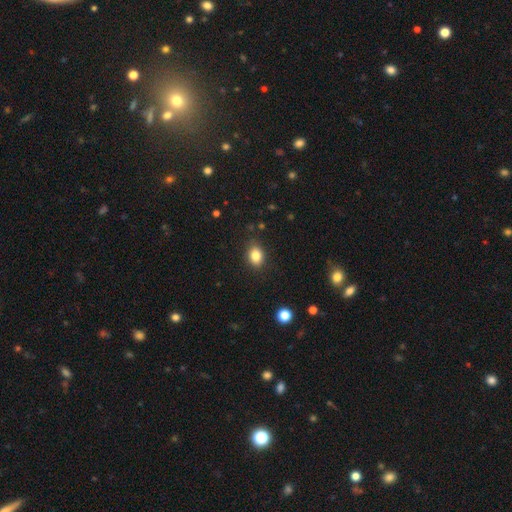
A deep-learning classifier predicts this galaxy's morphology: type=smooth (84%); roundness=in between (66%); merging=none (86%).